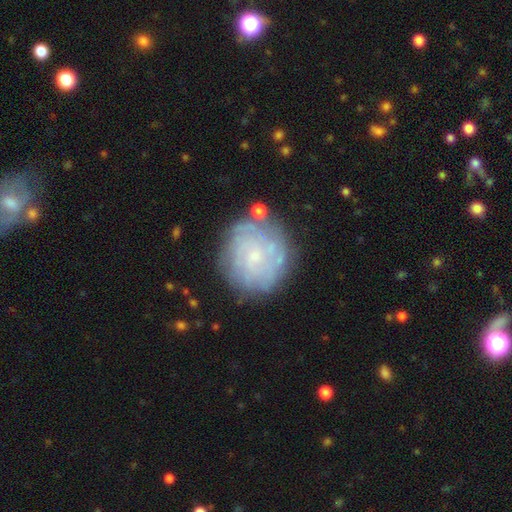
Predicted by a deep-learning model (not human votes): This appears to be a featured or disk galaxy (66%) with no bar (80%), tight (74%) spiral arms (80%) and a small central bulge (77%). Merging: none (74%).